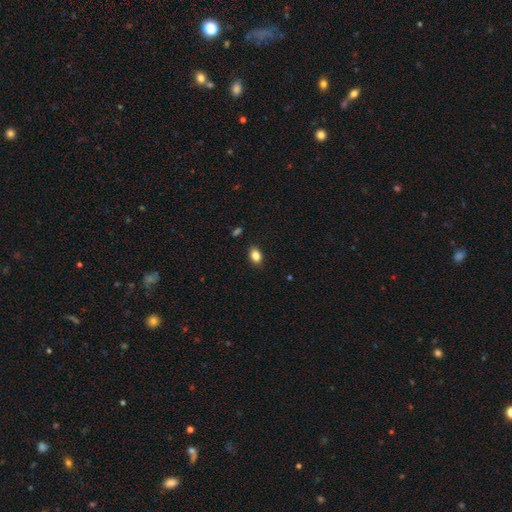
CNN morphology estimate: The model was most divided on "how rounded": in between: 80%, round: 19%, cigar-shaped: 2%. More confident: merging — none (87%); smooth or featured — smooth (85%).